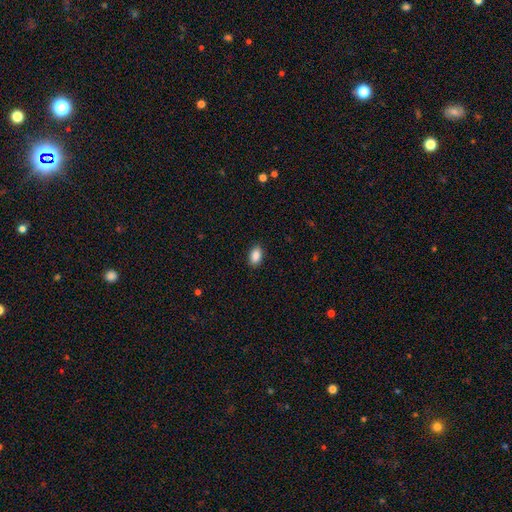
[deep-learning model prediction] This is clearly a smooth galaxy (89%). How rounded: clearly in between (90%). Merging: clearly none (89%).